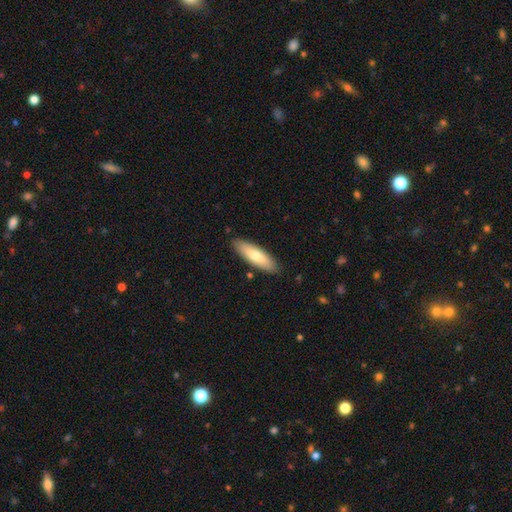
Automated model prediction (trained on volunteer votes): Smooth or featured?
  - smooth: 71% *
  - featured or disk: 24%
  - star or artifact: 5%
How rounded?
  - cigar-shaped: 49% * (tied)
  - in between: 49% * (tied)
  - round: 2%
Merging?
  - none: 86% *
  - minor disturbance: 11%
  - major disturbance: 2%
  - merger: 1%